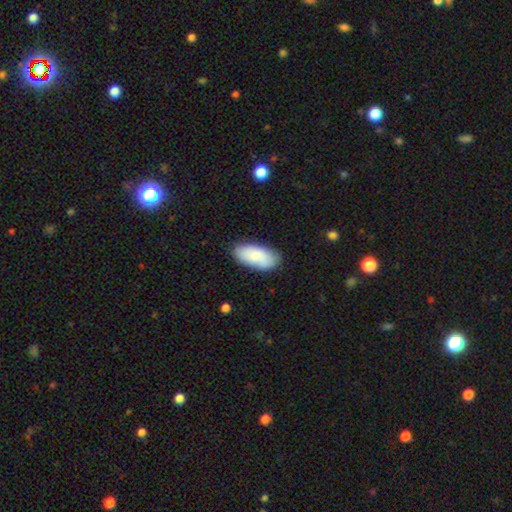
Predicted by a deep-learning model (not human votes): The model was most divided on "merging": none: 80%, minor disturbance: 15%, major disturbance: 3%, merger: 2%. More confident: how rounded — in between (92%); smooth or featured — smooth (82%).